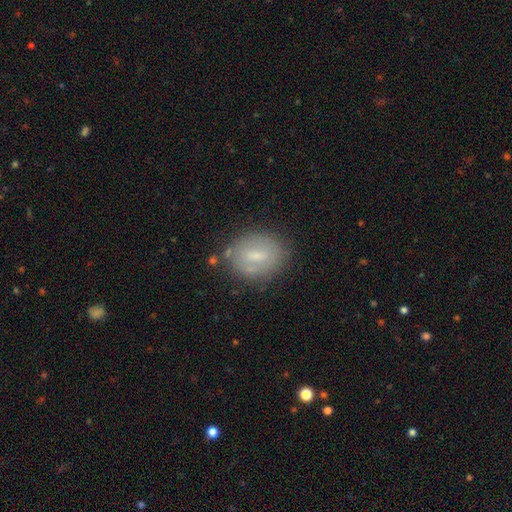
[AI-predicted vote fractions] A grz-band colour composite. It shows a smooth galaxy with no disk features (51%) that is in between round and cigar-shaped (54%). Merging: none (75%).